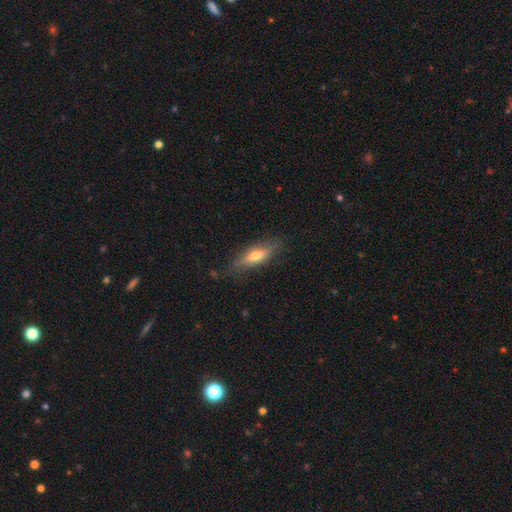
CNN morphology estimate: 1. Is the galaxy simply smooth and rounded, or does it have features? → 52% smooth, 41% featured or disk, 7% star or artifact.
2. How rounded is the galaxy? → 64% cigar-shaped, 34% in between, 2% round.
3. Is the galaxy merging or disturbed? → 81% none, 15% minor disturbance, 3% major disturbance, 1% merger.